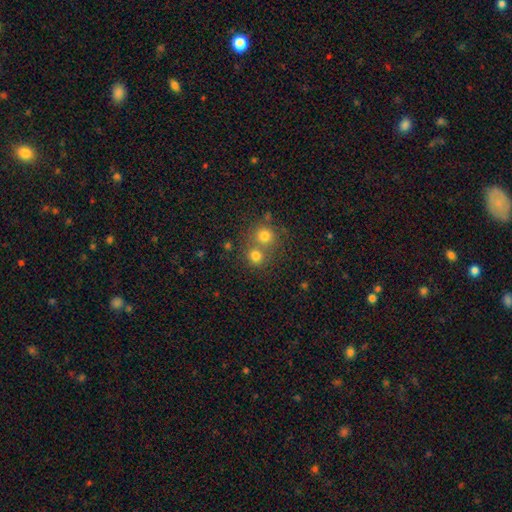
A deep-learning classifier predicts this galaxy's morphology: Overall: smooth (76%). How rounded: round (86%). Merging: none (50%; merger 41%).